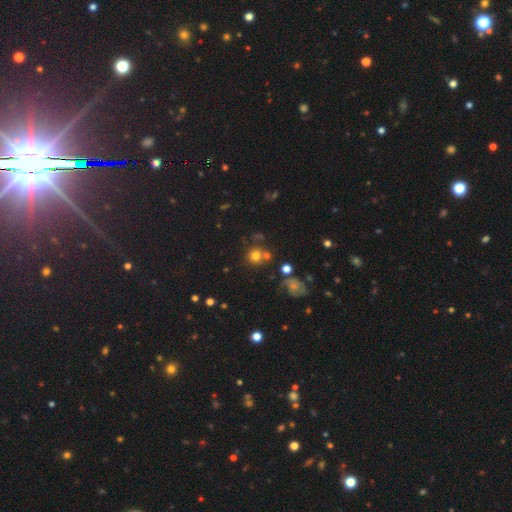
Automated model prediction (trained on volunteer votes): smooth-or-featured: smooth: 72% | star or artifact: 17% | featured or disk: 11%
  how-rounded: round: 89% | in between: 9% | cigar-shaped: 1%
  merging: none: 62% | merger: 20% | minor disturbance: 12% | major disturbance: 6%